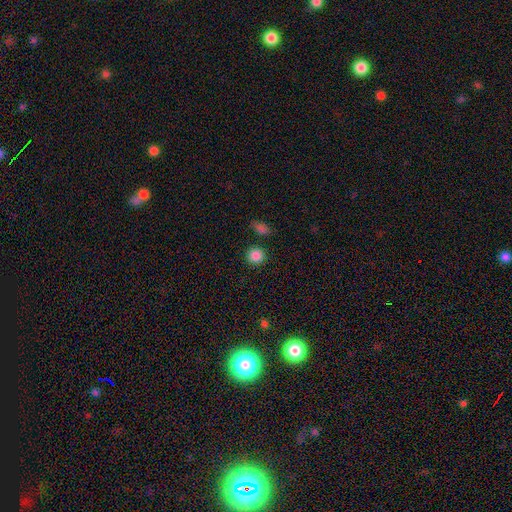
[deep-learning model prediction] This is clearly a smooth galaxy (86%). How rounded: clearly round (92%). Merging: clearly none (87%).